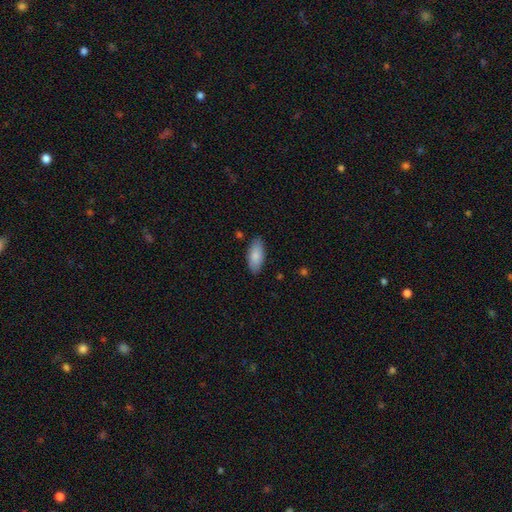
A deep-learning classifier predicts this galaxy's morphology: Smooth or featured: smooth — 86% (featured or disk — 9%)
How rounded: in between — 87% (cigar-shaped — 11%)
Merging: none — 85% (minor disturbance — 11%)